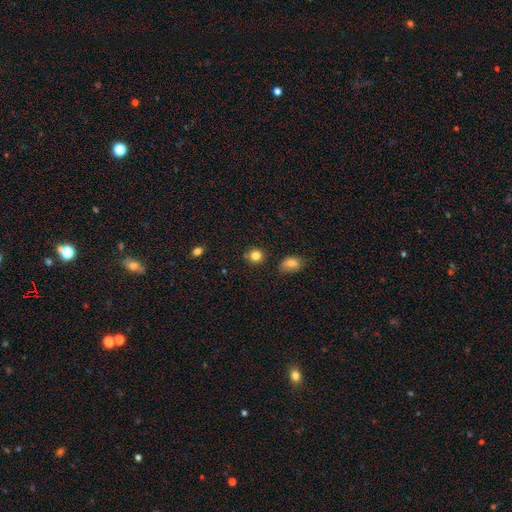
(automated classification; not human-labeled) Smooth or featured? smooth (83%)
How rounded? round (86%)
Merging? none (83%)